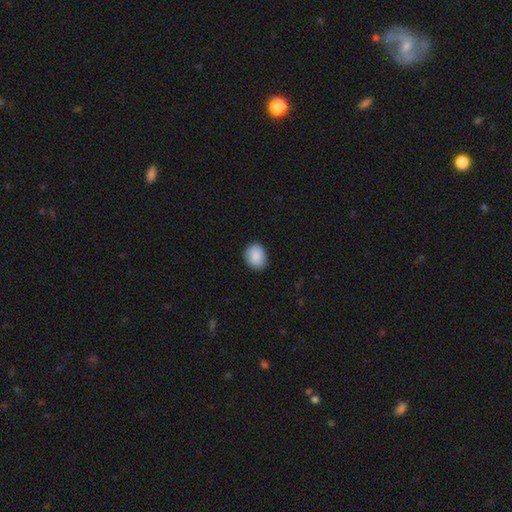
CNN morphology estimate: A smooth galaxy with no disk features (90%) that is round (54%). Merging: none (86%).